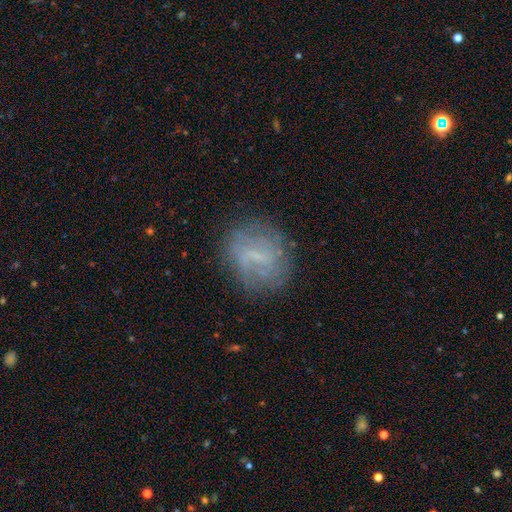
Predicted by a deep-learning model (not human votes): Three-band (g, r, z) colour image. It shows a featured or disk galaxy (55%) with a weak bar (52%), spiral arms (60%) and a small central bulge (53%). Merging: none (75%).